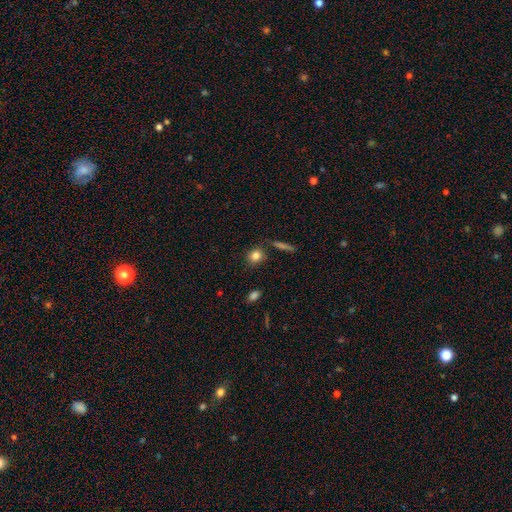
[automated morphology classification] Smooth or featured: smooth — 83% (star or artifact — 10%)
How rounded: round — 70% (in between — 27%)
Merging: none — 81% (minor disturbance — 11%)